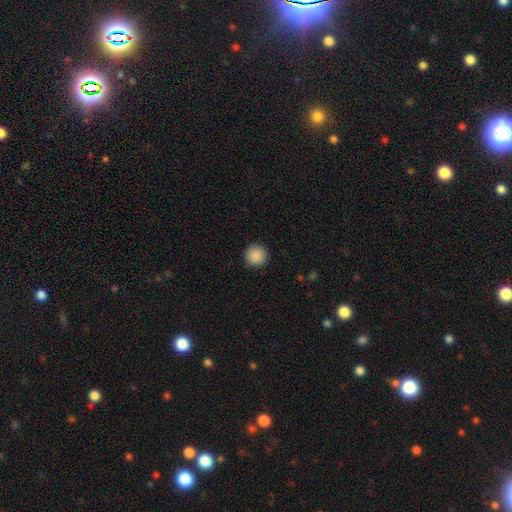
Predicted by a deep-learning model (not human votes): Smooth or featured? Predicted: smooth (p=0.89). How rounded? Predicted: round (p=0.96). Merging? Predicted: none (p=0.92).